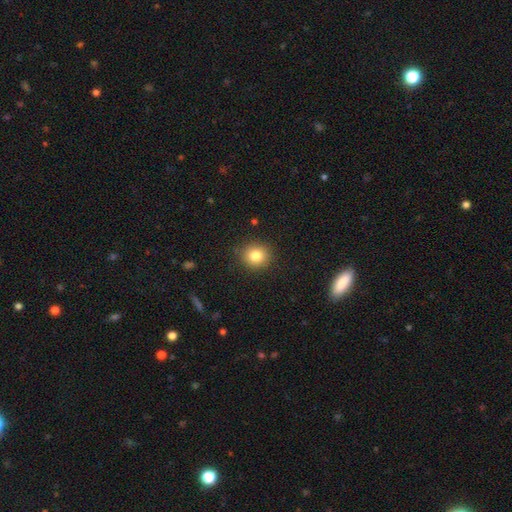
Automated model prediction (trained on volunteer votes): smooth 82%, star or artifact 11%, featured or disk 7%. Down the decision tree: how rounded — round (83%); merging — none (88%).